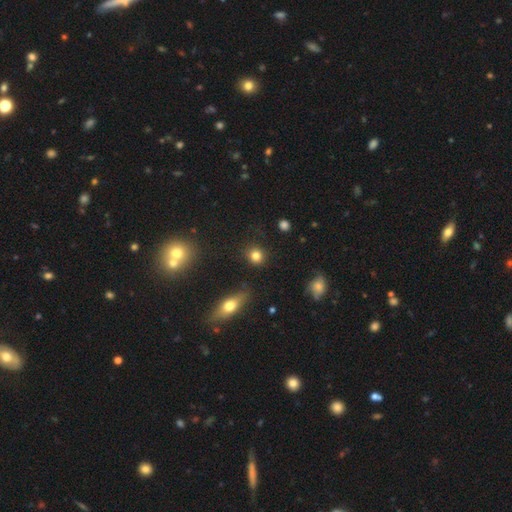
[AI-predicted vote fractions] A smooth galaxy with no disk features (82%) that is round (87%). Merging: none (88%).